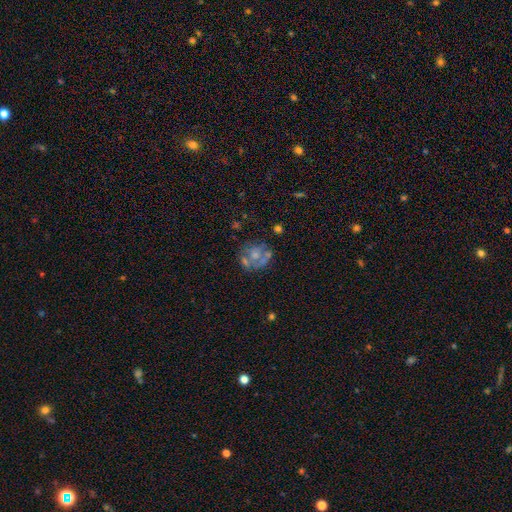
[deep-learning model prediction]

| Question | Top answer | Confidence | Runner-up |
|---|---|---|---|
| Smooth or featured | featured or disk | 55% | smooth (35%) |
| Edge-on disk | no | 98% | yes (2%) |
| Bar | no | 89% | weak (9%) |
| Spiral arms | no | 77% | yes (23%) |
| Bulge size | moderate | 39% | small (30%) |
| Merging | none | 47% | minor disturbance (21%) |